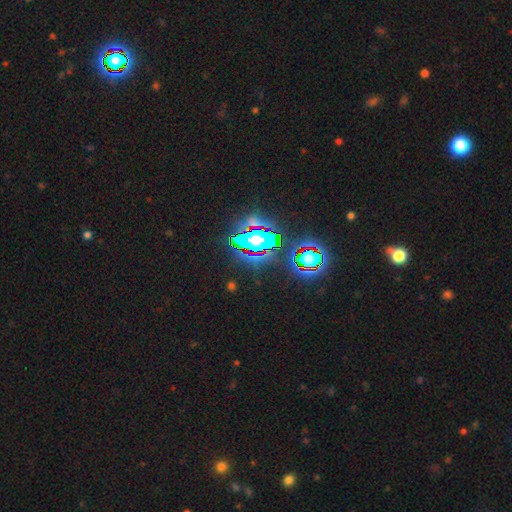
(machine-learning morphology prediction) A star or artifact, not a galaxy (82%).

Vote fractions:
- Smooth or featured? star or artifact: 82% / smooth: 10% / featured or disk: 7%